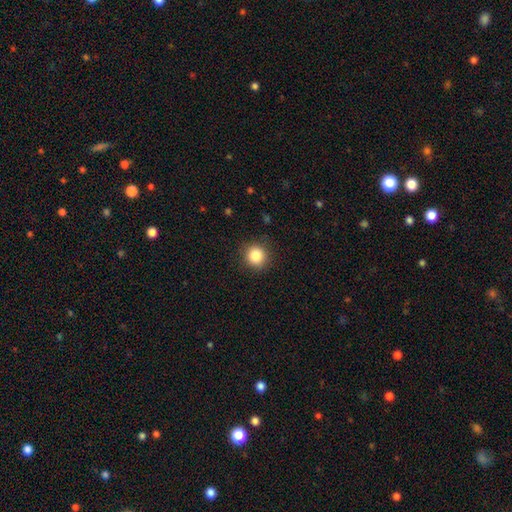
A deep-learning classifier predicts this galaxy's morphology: Smooth or featured: smooth — 85% (star or artifact — 10%)
How rounded: round — 93% (in between — 6%)
Merging: none — 89% (minor disturbance — 7%)